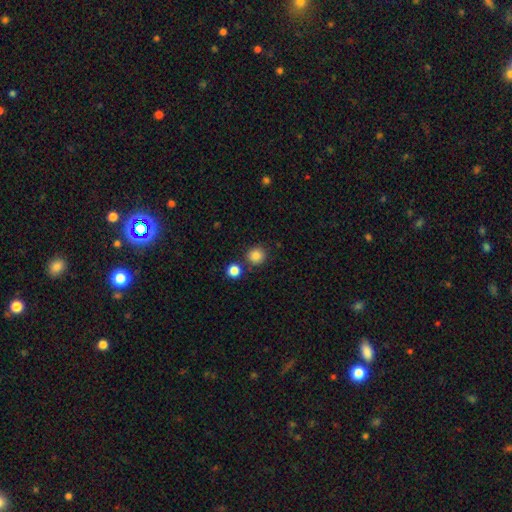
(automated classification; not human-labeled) A smooth galaxy with no disk features (84%) that is round (93%).

Vote fractions:
- Smooth or featured? smooth: 84% / star or artifact: 11% / featured or disk: 4%
- How rounded? round: 93% / in between: 6% / cigar-shaped: 1%
- Merging? none: 81% / merger: 9% / minor disturbance: 7% / major disturbance: 3%